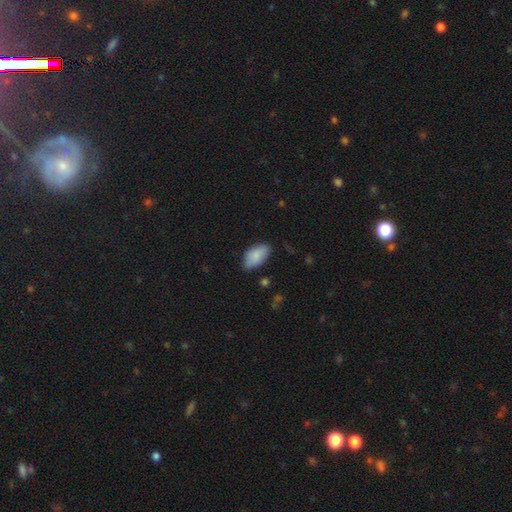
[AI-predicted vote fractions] Overall: smooth (85%). How rounded: in between (94%). Merging: none (75%).